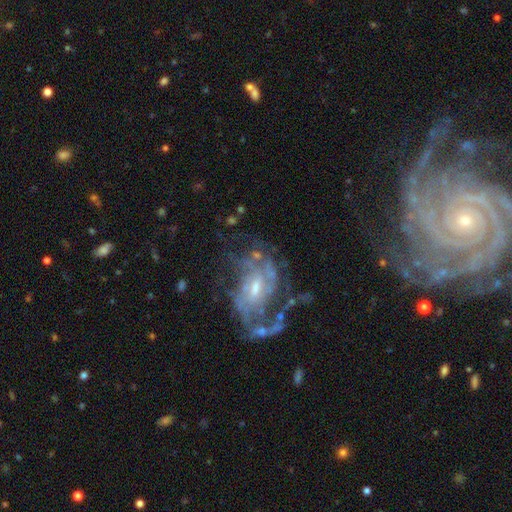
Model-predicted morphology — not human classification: Smooth or featured? Predicted: featured or disk (p=0.84). Edge-on disk? Predicted: no (p=0.97). Bar? Predicted: weak (p=0.54). Spiral arms? Predicted: yes (p=0.87). Spiral winding? Predicted: medium (p=0.42). Spiral arm count? Predicted: 2 (p=0.35). Bulge size? Predicted: moderate (p=0.45, tied with small). Merging? Predicted: none (p=0.43).